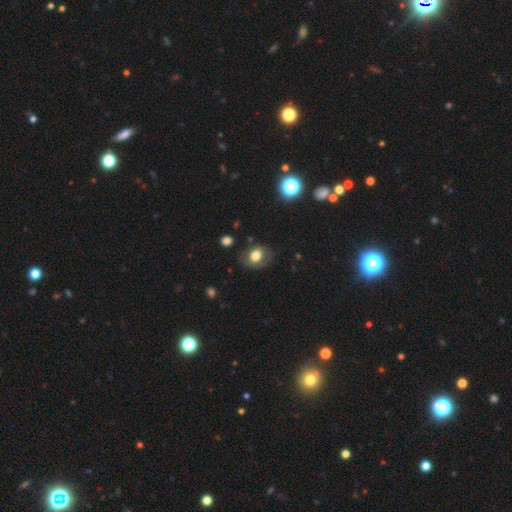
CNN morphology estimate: type=smooth (69%); roundness=in between (57%); merging=none (73%).